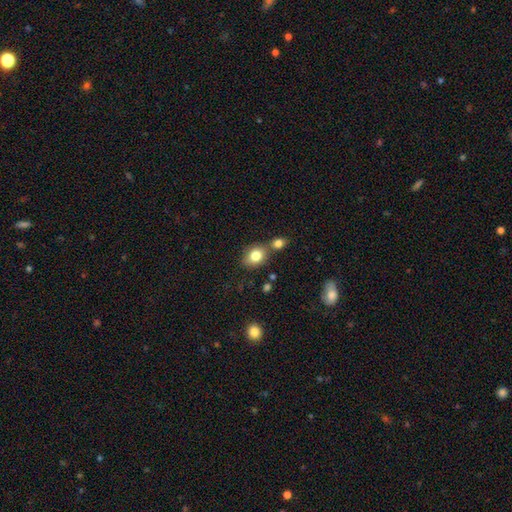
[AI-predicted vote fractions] This is clearly a smooth galaxy (82%). How rounded: possibly in between (57%). Merging: possibly none (58%).